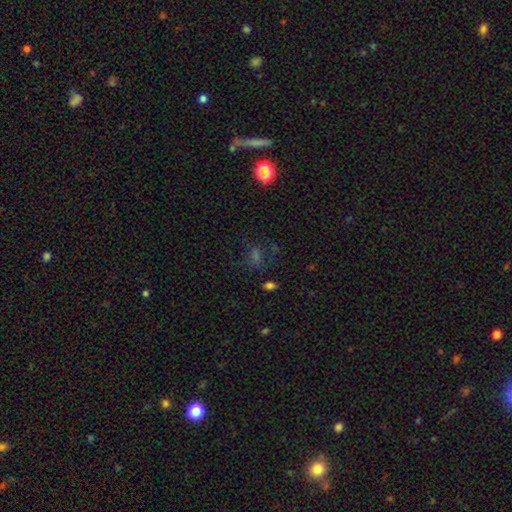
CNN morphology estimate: A star or artifact, not a galaxy (44%).